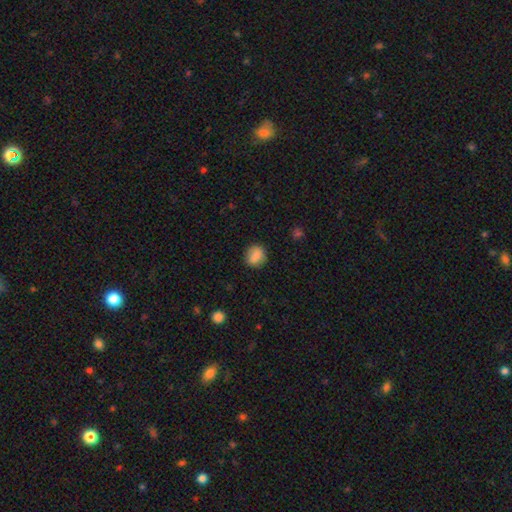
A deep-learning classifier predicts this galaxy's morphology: smooth 84%, star or artifact 9%, featured or disk 7%. Down the decision tree: how rounded — round (59%); merging — none (82%).